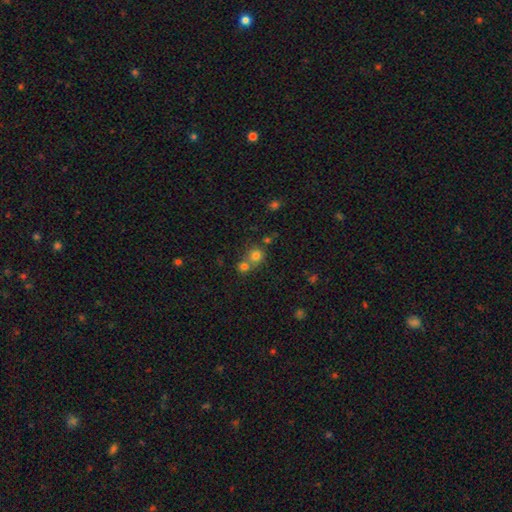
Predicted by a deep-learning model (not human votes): Smooth or featured?
  - smooth: 76% *
  - star or artifact: 15%
  - featured or disk: 9%
How rounded?
  - round: 87% *
  - in between: 12%
  - cigar-shaped: 1%
Merging?
  - none: 49% *
  - merger: 42%
  - minor disturbance: 6%
  - major disturbance: 3%